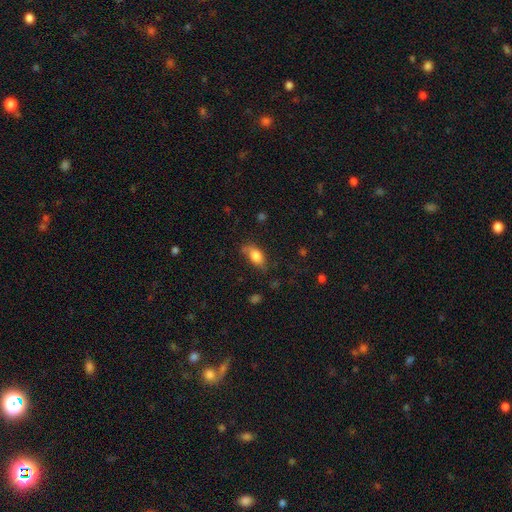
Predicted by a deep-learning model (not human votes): Q: Smooth or featured?
A: smooth (78%); runner-up: featured or disk (14%)
Q: How rounded?
A: in between (85%); runner-up: round (8%)
Q: Merging?
A: none (59%); runner-up: minor disturbance (29%)